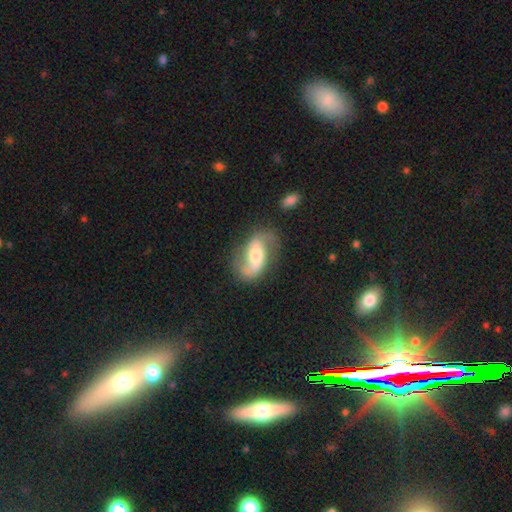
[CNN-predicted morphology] This appears to be a featured or disk galaxy (78%) with a weak bar (37%), 2 (89%) loose (55%) spiral arms (93%) and a moderate central bulge (58%). Merging: none (72%).